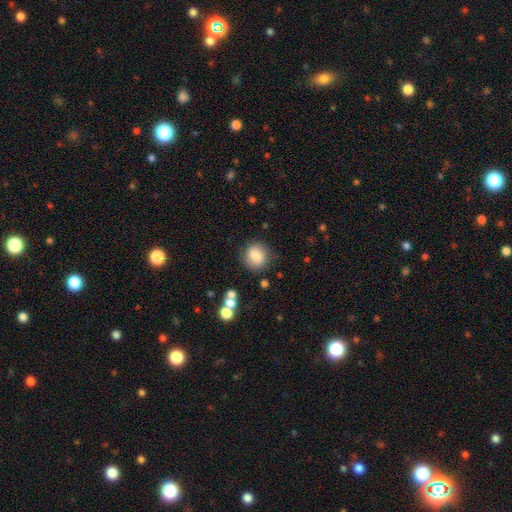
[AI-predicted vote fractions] The model was most divided on "how rounded": round: 82%, in between: 17%, cigar-shaped: 1%. More confident: merging — none (83%); smooth or featured — smooth (80%).